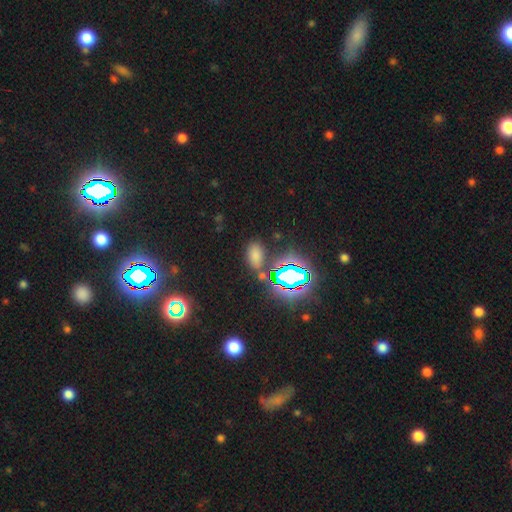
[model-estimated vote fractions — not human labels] This appears to be a smooth galaxy with no disk features (60%) that is in between round and cigar-shaped (89%). Merging: none (78%).